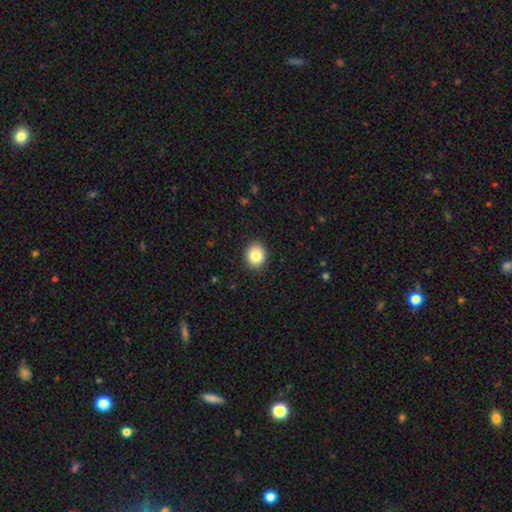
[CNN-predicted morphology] type=smooth (84%); roundness=round (71%); merging=none (90%).